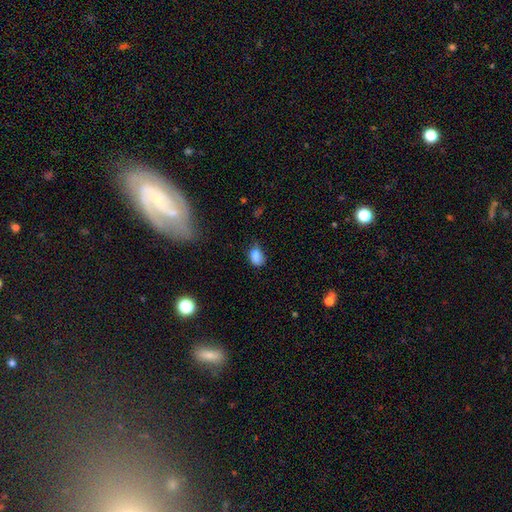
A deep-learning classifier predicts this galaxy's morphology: smooth-or-featured: smooth: 84% | star or artifact: 10% | featured or disk: 6%
  how-rounded: in between: 80% | round: 19% | cigar-shaped: 2%
  merging: none: 54% | minor disturbance: 33% | major disturbance: 9% | merger: 3%